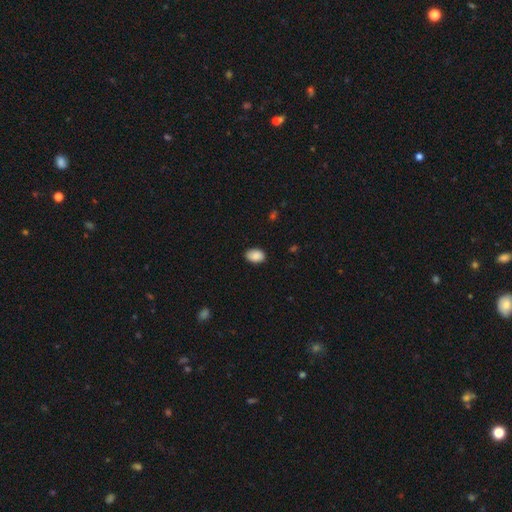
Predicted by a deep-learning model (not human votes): Smooth or featured?
  - smooth: 90% *
  - star or artifact: 7%
  - featured or disk: 3%
How rounded?
  - in between: 86% *
  - round: 13%
  - cigar-shaped: 1%
Merging?
  - none: 85% *
  - minor disturbance: 12%
  - major disturbance: 2%
  - merger: 1%